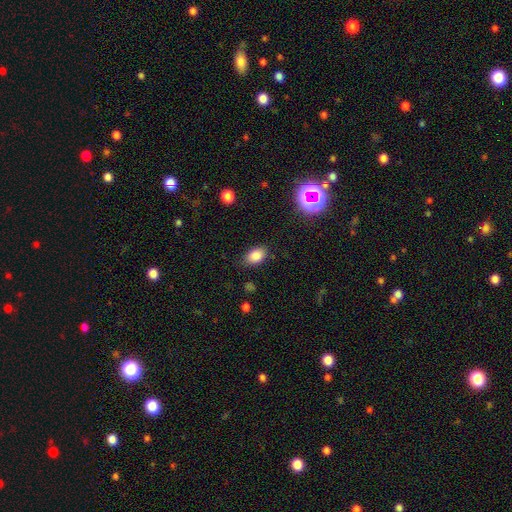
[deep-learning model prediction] smooth-or-featured: smooth: 82% | star or artifact: 11% | featured or disk: 7%
  how-rounded: in between: 84% | round: 14% | cigar-shaped: 2%
  merging: none: 81% | minor disturbance: 14% | major disturbance: 4% | merger: 1%